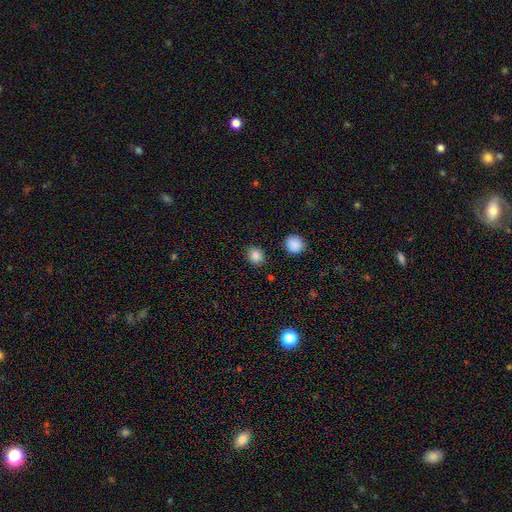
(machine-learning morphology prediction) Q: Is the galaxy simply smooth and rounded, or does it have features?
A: smooth — 85%.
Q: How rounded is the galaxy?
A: round — 74%.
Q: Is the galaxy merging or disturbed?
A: none — 87%.